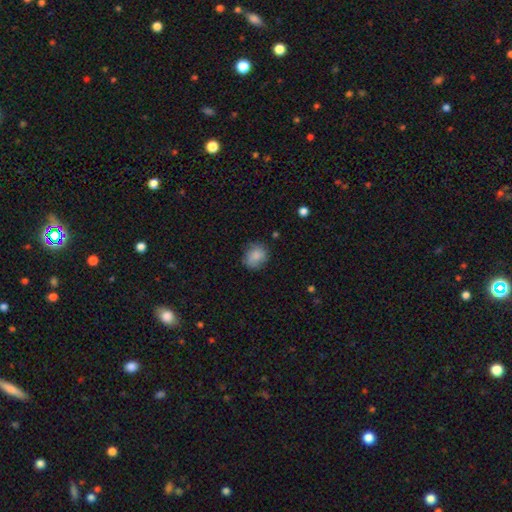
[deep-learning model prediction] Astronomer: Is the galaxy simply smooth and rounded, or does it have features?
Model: smooth — 81%.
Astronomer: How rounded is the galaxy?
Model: round — 79%.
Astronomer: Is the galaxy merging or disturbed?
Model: none — 73%.